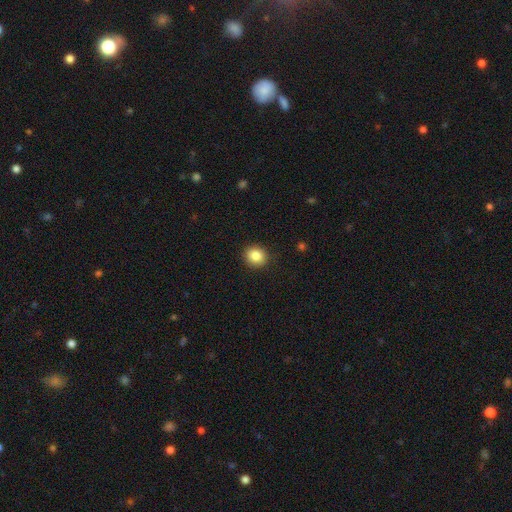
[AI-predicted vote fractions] Overall: smooth (86%). How rounded: round (78%). Merging: none (91%).